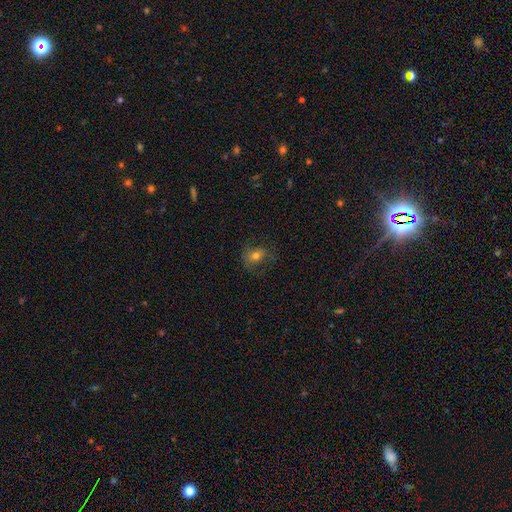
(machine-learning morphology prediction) A smooth galaxy with no disk features (69%) that is round (53%). Merging: none (64%).